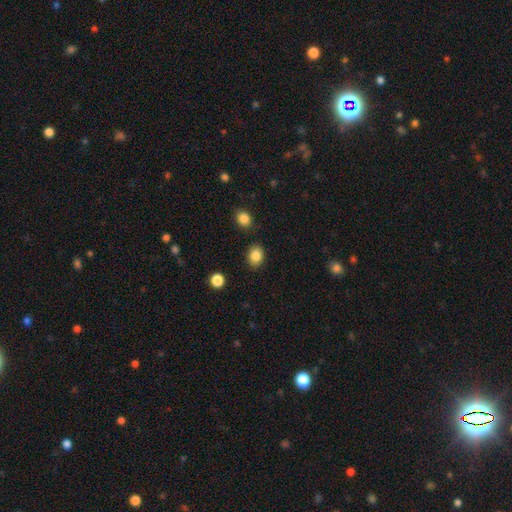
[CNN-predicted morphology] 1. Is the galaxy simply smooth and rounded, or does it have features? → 85% smooth, 9% star or artifact, 5% featured or disk.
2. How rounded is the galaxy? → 56% in between, 43% round, 1% cigar-shaped.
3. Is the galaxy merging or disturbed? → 86% none, 8% minor disturbance, 3% merger, 2% major disturbance.